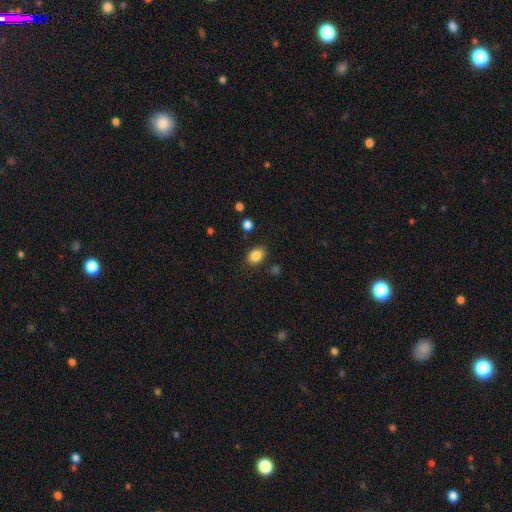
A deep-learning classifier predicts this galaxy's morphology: Smooth or featured? Predicted: smooth (p=0.85). How rounded? Predicted: in between (p=0.68). Merging? Predicted: none (p=0.83).